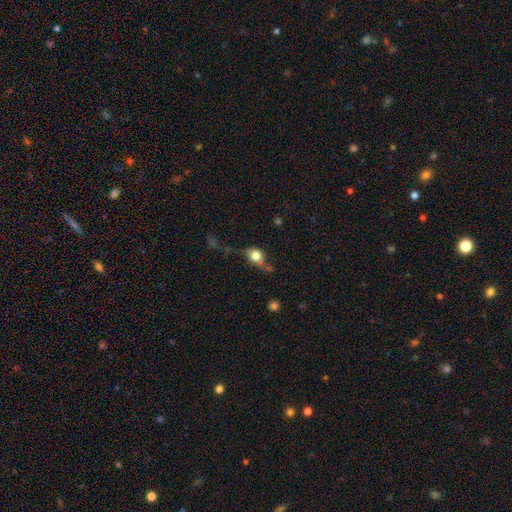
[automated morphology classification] type=smooth (68%); roundness=round (53%); merging=none (40%).